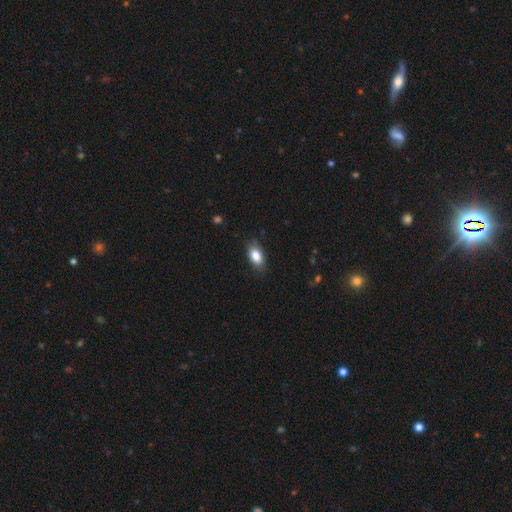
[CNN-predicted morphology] A smooth galaxy with no disk features (85%) that is in between round and cigar-shaped (89%).

Vote fractions:
- Smooth or featured? smooth: 85% / featured or disk: 8% / star or artifact: 7%
- How rounded? in between: 89% / round: 7% / cigar-shaped: 4%
- Merging? none: 78% / minor disturbance: 18% / major disturbance: 3% / merger: 1%